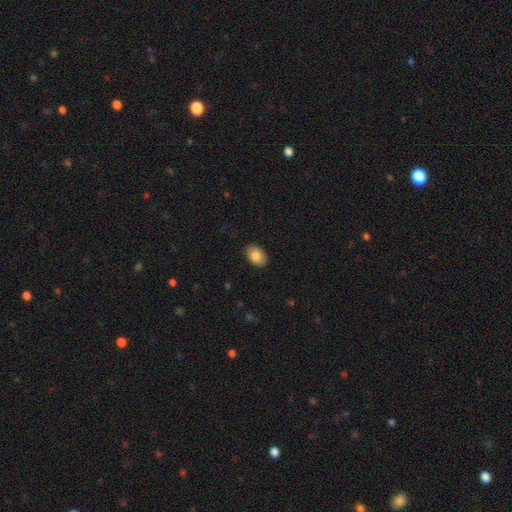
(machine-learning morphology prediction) Smooth or featured: smooth — 84% (featured or disk — 10%)
How rounded: in between — 89% (round — 9%)
Merging: none — 88% (minor disturbance — 9%)